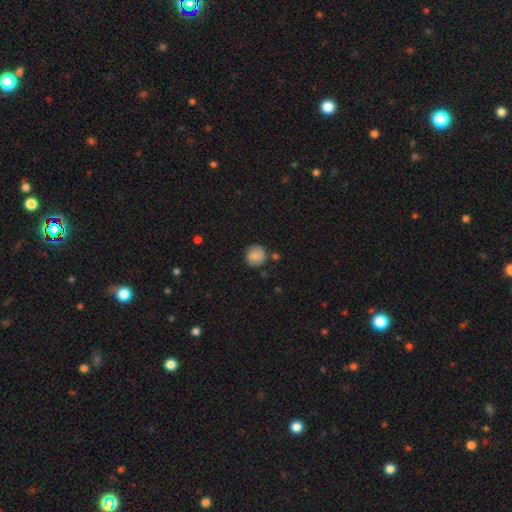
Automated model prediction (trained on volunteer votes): This appears to be a smooth galaxy with no disk features (81%) that is round (90%). Merging: none (79%).